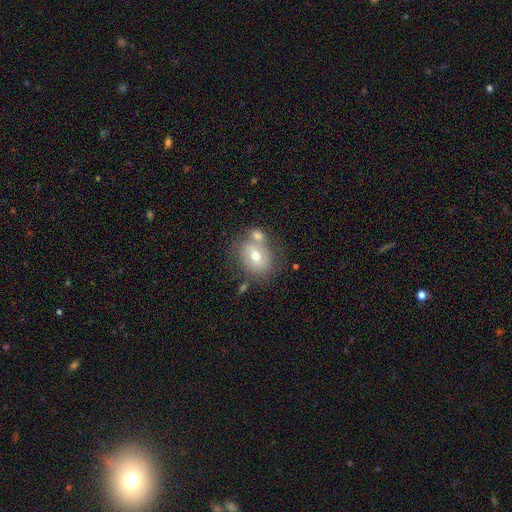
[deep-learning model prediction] Morphology: type=smooth (61%); roundness=in between (51%); merging=none (50%).